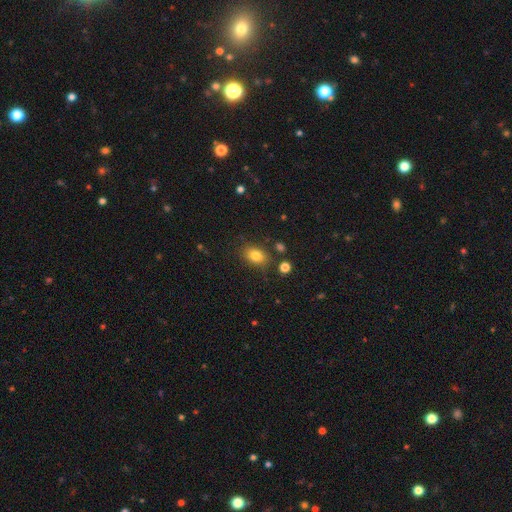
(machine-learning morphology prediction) smooth_or_featured: smooth (p=0.81) [alt: star or artifact p=0.11]
how_rounded: in between (p=0.74) [alt: round p=0.25]
merging: none (p=0.81) [alt: minor disturbance p=0.12]